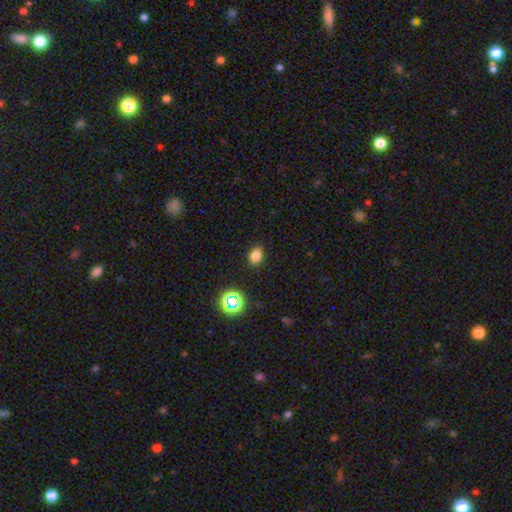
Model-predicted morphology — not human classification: A smooth galaxy with no disk features (79%) that is in between round and cigar-shaped (65%).

Vote fractions:
- Smooth or featured? smooth: 79% / star or artifact: 16% / featured or disk: 5%
- How rounded? in between: 65% / round: 33% / cigar-shaped: 1%
- Merging? none: 87% / minor disturbance: 9% / major disturbance: 3% / merger: 1%